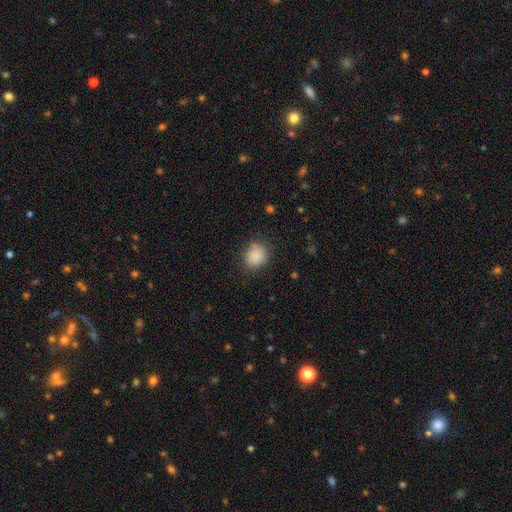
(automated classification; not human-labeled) A smooth galaxy with no disk features (87%) that is round (68%).

Vote fractions:
- Smooth or featured? smooth: 87% / star or artifact: 9% / featured or disk: 4%
- How rounded? round: 68% / in between: 31% / cigar-shaped: 1%
- Merging? none: 78% / minor disturbance: 16% / major disturbance: 4% / merger: 2%